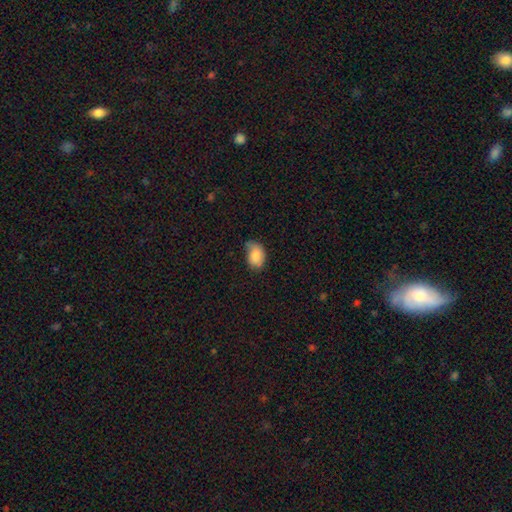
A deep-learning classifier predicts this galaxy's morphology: A smooth galaxy with no disk features (85%) that is in between round and cigar-shaped (83%). Merging: none (52%).